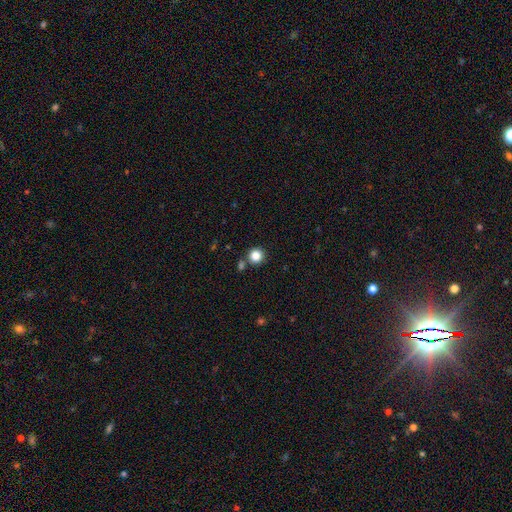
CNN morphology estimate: Q: Smooth or featured?
A: smooth (84%); runner-up: star or artifact (12%)
Q: How rounded?
A: round (94%); runner-up: in between (5%)
Q: Merging?
A: none (83%); runner-up: merger (8%)